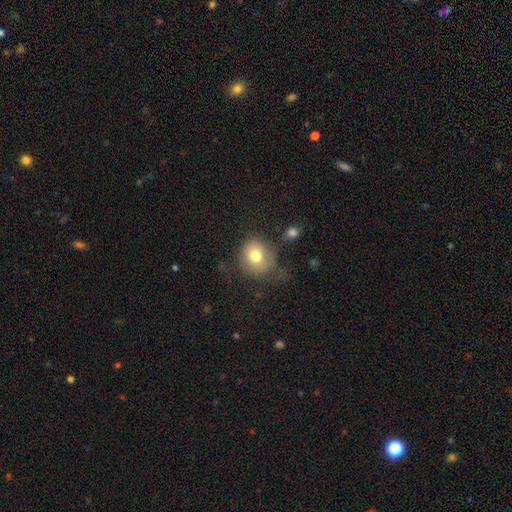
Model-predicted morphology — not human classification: This appears to be a smooth galaxy with no disk features (76%) that is round (79%). Merging: none (63%).